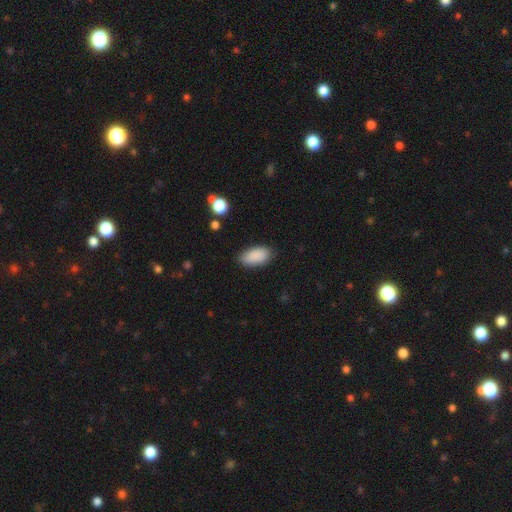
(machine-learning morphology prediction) A smooth galaxy with no disk features (89%) that is in between round and cigar-shaped (93%). Merging: none (83%).